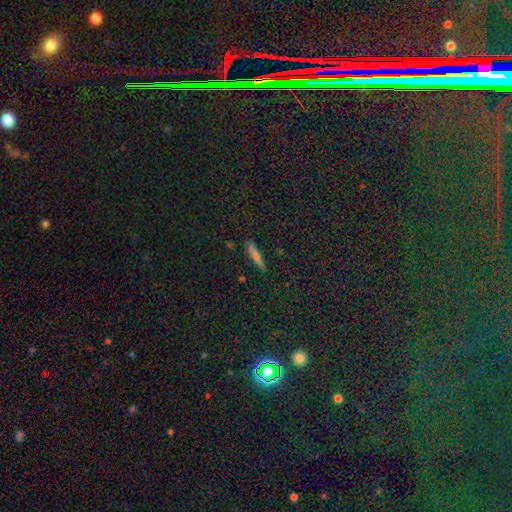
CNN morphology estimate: A smooth galaxy with no disk features (49%).

Vote fractions:
- Smooth or featured? smooth: 49% / featured or disk: 37% / star or artifact: 13%
- Merging? none: 88% / minor disturbance: 9% / major disturbance: 2% / merger: 2%